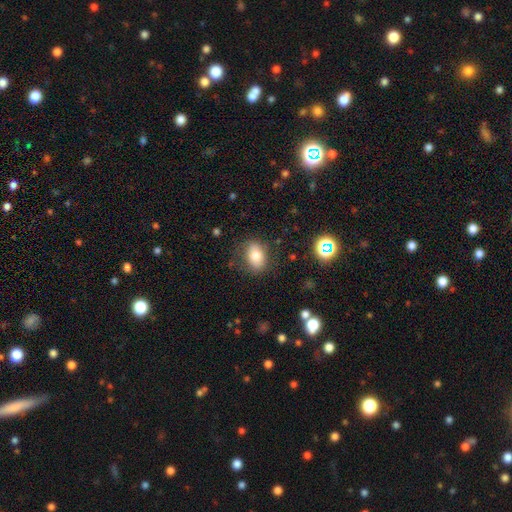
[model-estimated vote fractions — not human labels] smooth-or-featured: smooth: 74% | featured or disk: 15% | star or artifact: 10%
  how-rounded: in between: 71% | round: 27% | cigar-shaped: 1%
  merging: none: 78% | minor disturbance: 15% | major disturbance: 5% | merger: 2%